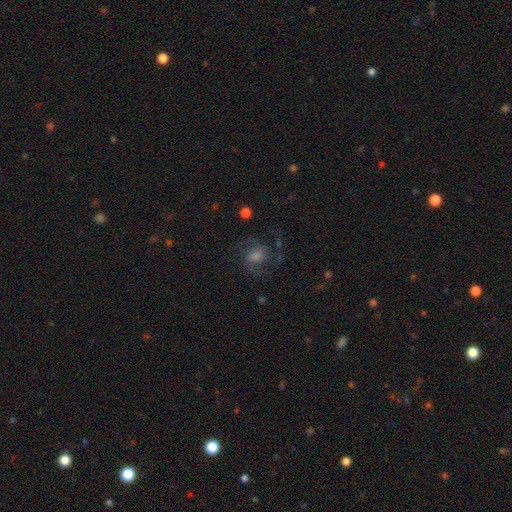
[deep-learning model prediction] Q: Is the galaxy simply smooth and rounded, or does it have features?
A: featured or disk — 58%.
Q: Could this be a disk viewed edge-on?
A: no — 97%.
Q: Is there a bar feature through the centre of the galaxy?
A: no — 50%.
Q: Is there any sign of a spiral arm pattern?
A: yes — 87%.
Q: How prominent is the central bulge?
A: moderate — 39%.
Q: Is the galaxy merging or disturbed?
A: none — 65%.